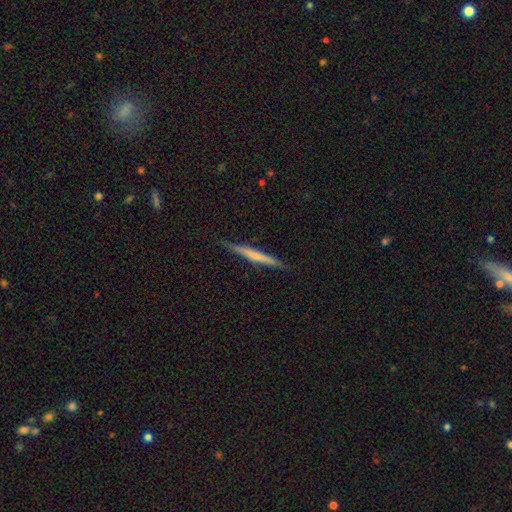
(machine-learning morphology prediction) Smooth or featured? featured or disk (51%)
Edge-on disk? yes (98%)
Merging? none (90%)